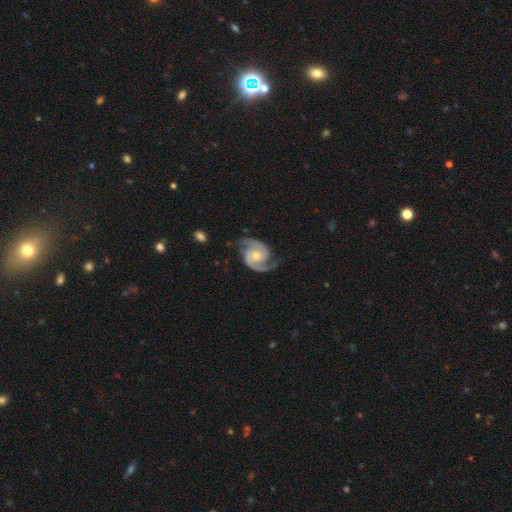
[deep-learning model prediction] smooth-or-featured: featured or disk: 93% | star or artifact: 4% | smooth: 3%
  disk-edge-on: no: 98% | yes: 2%
    bar: no: 68% | weak: 25% | strong: 7%
    has-spiral-arms: yes: 99% | no: 1%
      spiral-winding: medium: 55% | tight: 32% | loose: 12%
      spiral-arm-count: 2: 94% | can't tell: 1% | 3: 1% | 1: 1% | 4: 1% | more than 4: 1%
    bulge-size: moderate: 50% | small: 44% | large: 3% | none: 2% | dominant: 1%
  merging: none: 80% | minor disturbance: 14% | major disturbance: 5% | merger: 1%